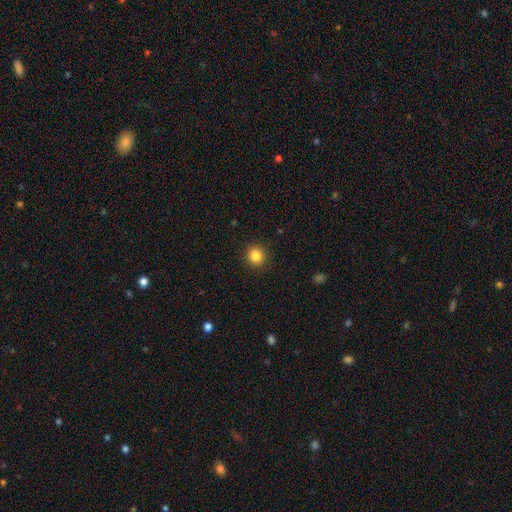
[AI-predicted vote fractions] smooth_or_featured: smooth (p=0.85) [alt: star or artifact p=0.11]
how_rounded: round (p=0.89) [alt: in between p=0.10]
merging: none (p=0.91) [alt: minor disturbance p=0.06]